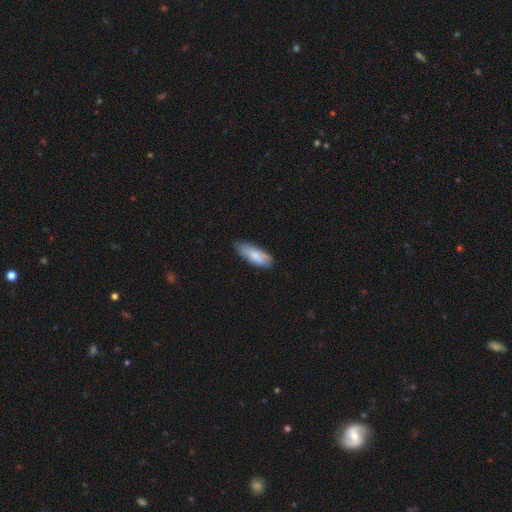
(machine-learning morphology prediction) smooth 77%, featured or disk 17%, star or artifact 6%. Down the decision tree: how rounded — in between (70%); merging — none (76%).